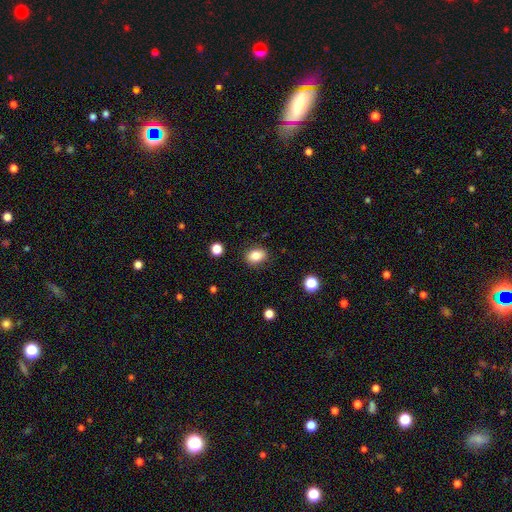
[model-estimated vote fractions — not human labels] A smooth galaxy with no disk features (83%) that is in between round and cigar-shaped (69%). Merging: none (86%).